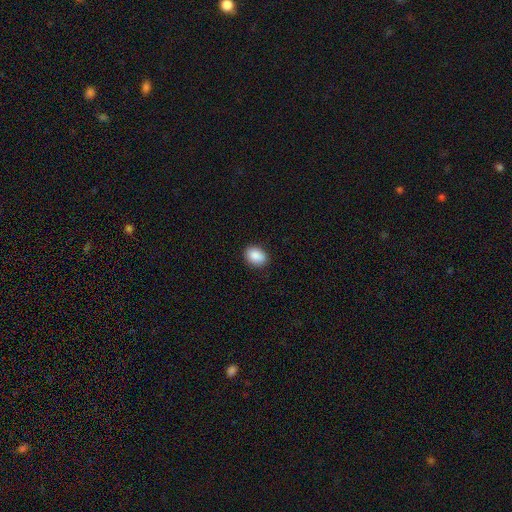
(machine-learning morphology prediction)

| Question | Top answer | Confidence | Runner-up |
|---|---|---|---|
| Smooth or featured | smooth | 89% | star or artifact (7%) |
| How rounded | in between | 72% | round (26%) |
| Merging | none | 88% | minor disturbance (9%) |